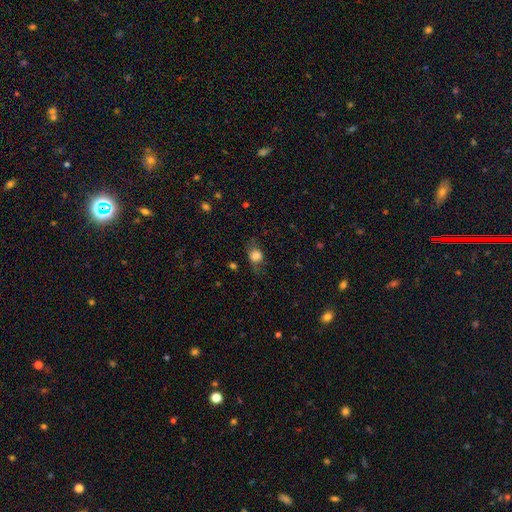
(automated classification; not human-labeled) Smooth or featured: smooth — 74% (featured or disk — 15%)
How rounded: round — 58% (in between — 39%)
Merging: none — 61% (minor disturbance — 24%)